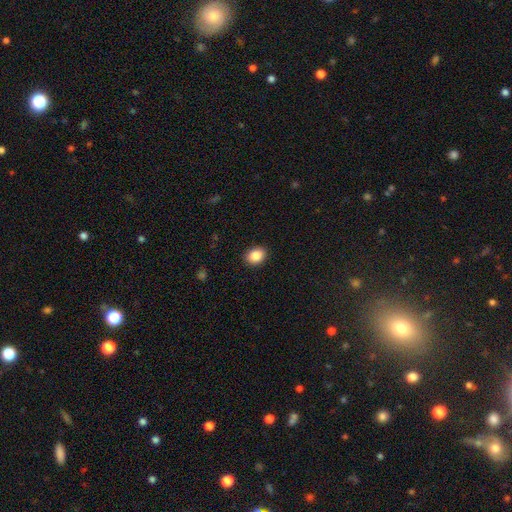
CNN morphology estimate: Smooth or featured? Predicted: smooth (p=0.87). How rounded? Predicted: in between (p=0.60). Merging? Predicted: none (p=0.90).